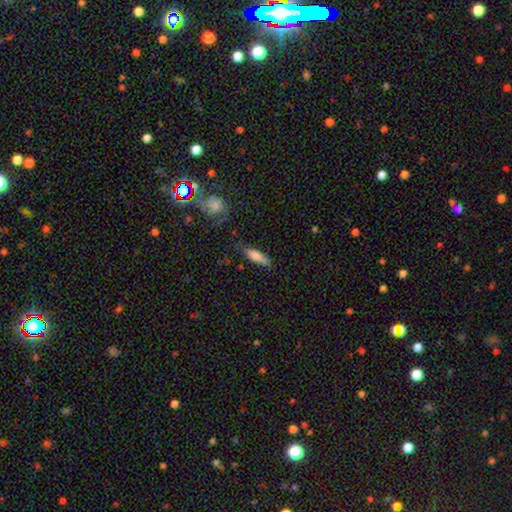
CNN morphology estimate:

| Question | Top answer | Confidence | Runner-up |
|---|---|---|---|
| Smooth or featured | smooth | 79% | featured or disk (14%) |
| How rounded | cigar-shaped | 54% | in between (44%) |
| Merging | none | 67% | minor disturbance (23%) |